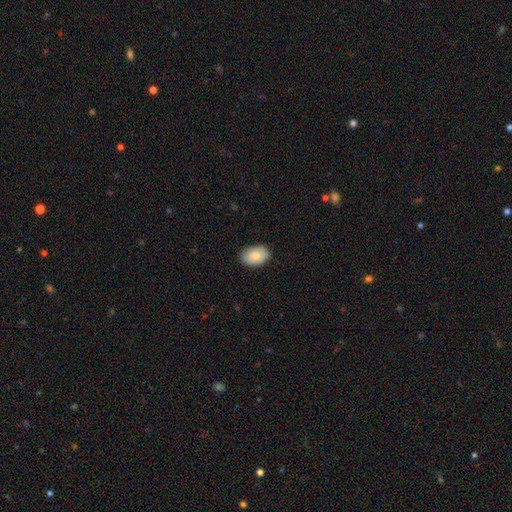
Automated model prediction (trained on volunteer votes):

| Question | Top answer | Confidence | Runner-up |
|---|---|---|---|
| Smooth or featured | smooth | 81% | featured or disk (12%) |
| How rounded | in between | 84% | round (15%) |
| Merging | none | 85% | minor disturbance (12%) |